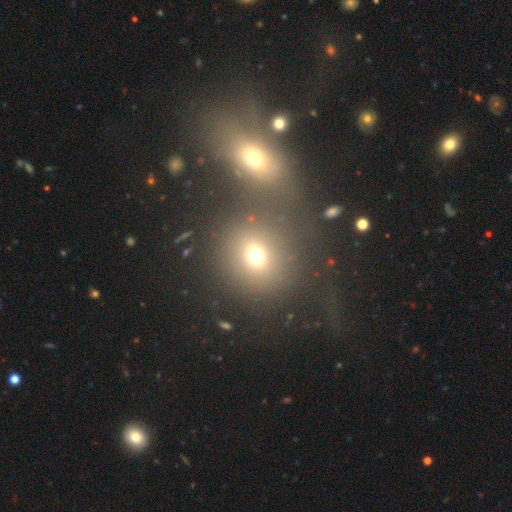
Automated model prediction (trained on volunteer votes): Q: Smooth or featured?
A: smooth (67%); runner-up: star or artifact (20%)
Q: How rounded?
A: round (78%); runner-up: in between (20%)
Q: Merging?
A: none (62%); runner-up: merger (21%)